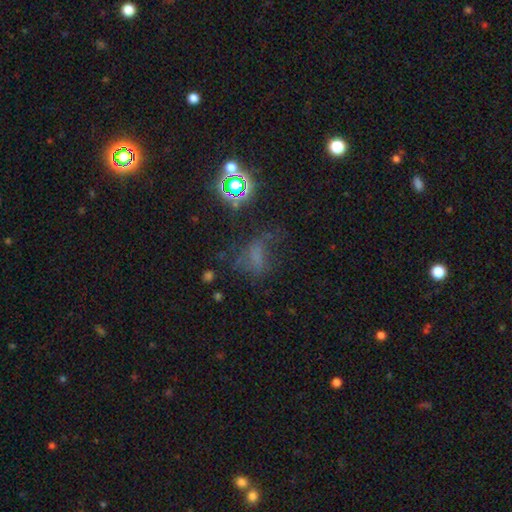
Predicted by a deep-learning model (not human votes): Smooth or featured?
  - smooth: 41% *
  - star or artifact: 35%
  - featured or disk: 24%
Merging?
  - none: 40% *
  - major disturbance: 32%
  - minor disturbance: 22%
  - merger: 5%